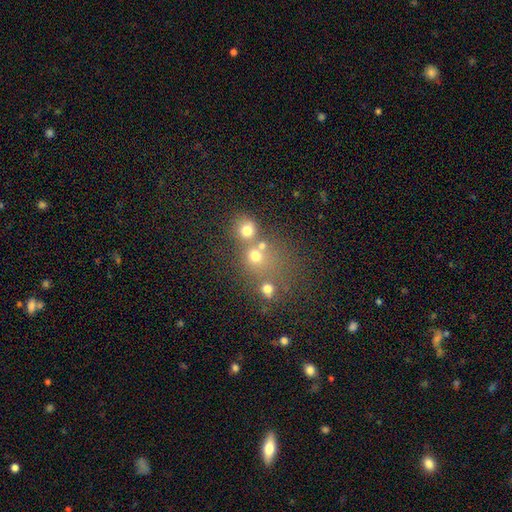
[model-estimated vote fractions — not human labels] Smooth or featured: smooth — 60% (star or artifact — 23%)
How rounded: round — 77% (in between — 22%)
Merging: none — 44% (merger — 42%)